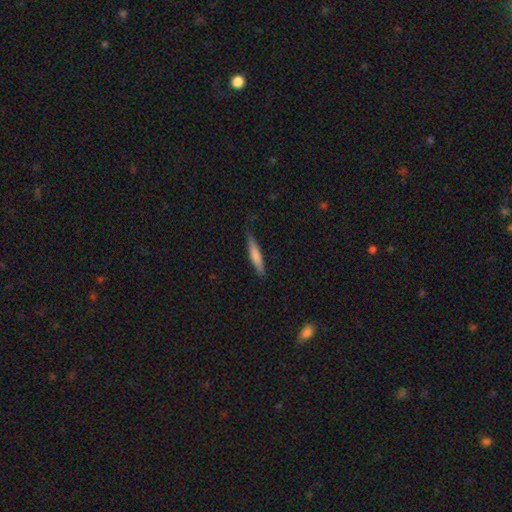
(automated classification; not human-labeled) smooth-or-featured: smooth: 72% | featured or disk: 22% | star or artifact: 6%
  how-rounded: cigar-shaped: 90% | in between: 9% | round: 1%
  merging: none: 80% | minor disturbance: 16% | major disturbance: 3% | merger: 1%